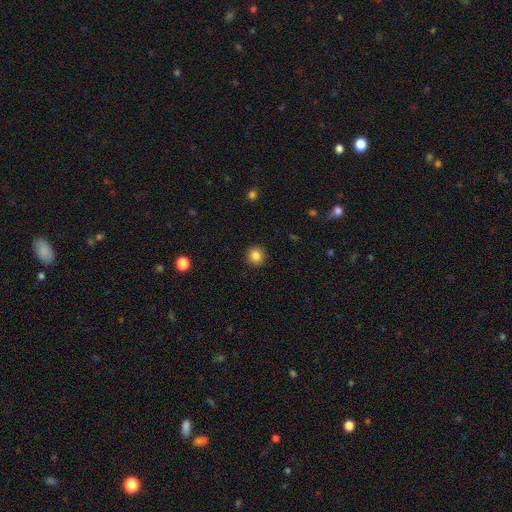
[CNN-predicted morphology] Q: Smooth or featured?
A: smooth (84%); runner-up: star or artifact (10%)
Q: How rounded?
A: round (94%); runner-up: in between (6%)
Q: Merging?
A: none (92%); runner-up: minor disturbance (5%)